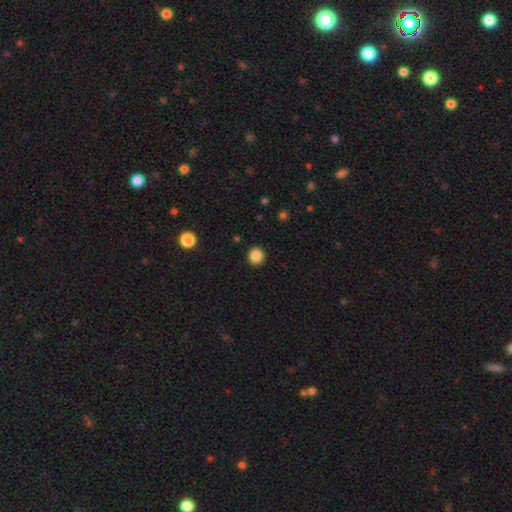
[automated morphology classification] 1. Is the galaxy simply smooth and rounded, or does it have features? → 86% smooth, 11% star or artifact, 3% featured or disk.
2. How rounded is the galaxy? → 94% round, 5% in between, 1% cigar-shaped.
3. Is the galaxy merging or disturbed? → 92% none, 5% minor disturbance, 2% major disturbance, 1% merger.